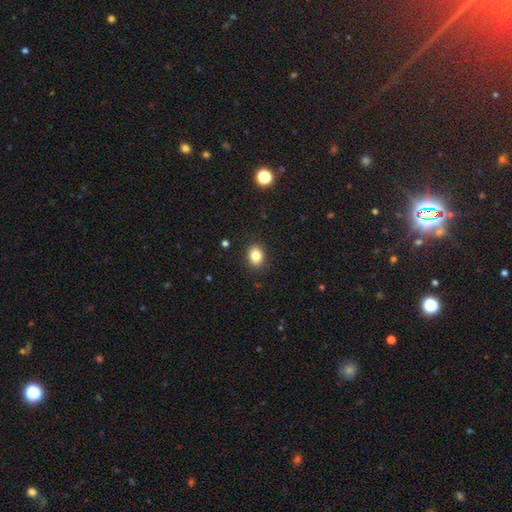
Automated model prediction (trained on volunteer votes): This appears to be a smooth galaxy with no disk features (84%) that is in between round and cigar-shaped (62%). Merging: none (89%).